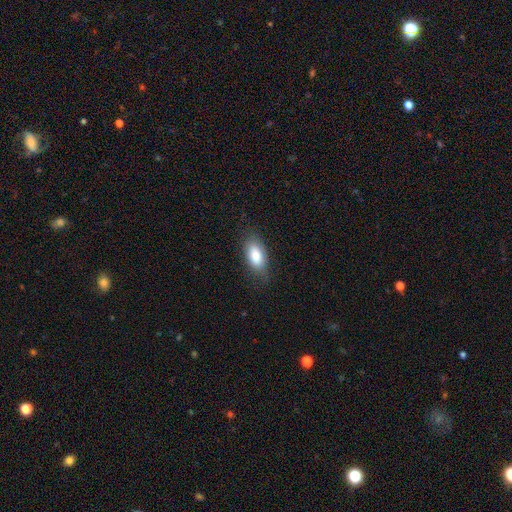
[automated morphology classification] A smooth galaxy with no disk features (82%) that is in between round and cigar-shaped (89%).

Vote fractions:
- Smooth or featured? smooth: 82% / featured or disk: 11% / star or artifact: 7%
- How rounded? in between: 89% / cigar-shaped: 7% / round: 3%
- Merging? none: 77% / minor disturbance: 17% / major disturbance: 4% / merger: 1%